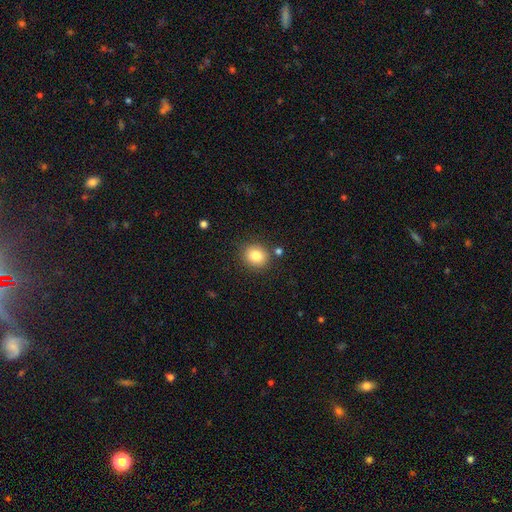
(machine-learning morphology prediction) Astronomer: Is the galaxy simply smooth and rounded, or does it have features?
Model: smooth — 83%.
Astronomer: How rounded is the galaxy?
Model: round — 79%.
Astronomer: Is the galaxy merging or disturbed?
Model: none — 84%.